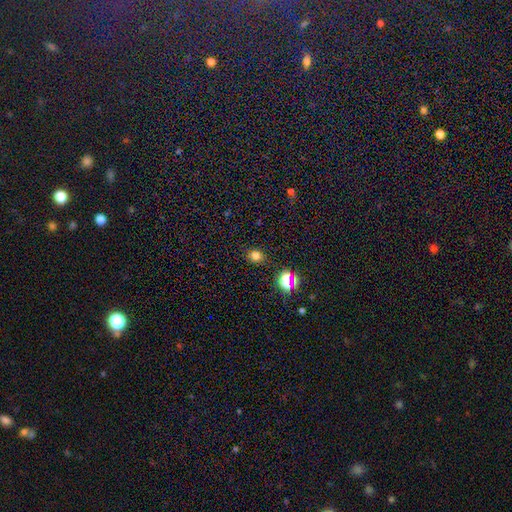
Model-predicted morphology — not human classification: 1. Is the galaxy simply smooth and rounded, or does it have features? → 74% smooth, 20% star or artifact, 6% featured or disk.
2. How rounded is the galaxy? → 65% round, 34% in between, 1% cigar-shaped.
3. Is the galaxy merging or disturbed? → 86% none, 9% minor disturbance, 3% major disturbance, 2% merger.